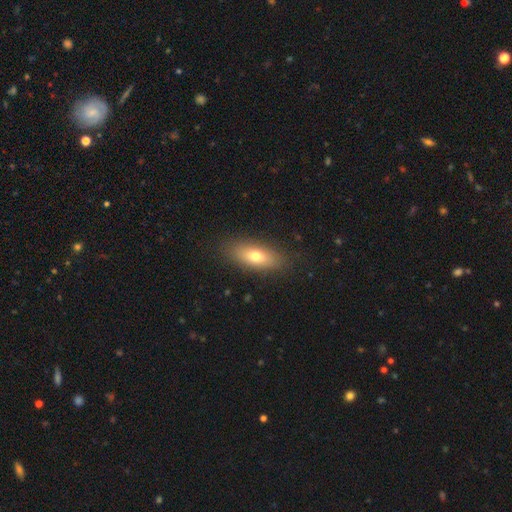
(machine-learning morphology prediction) A smooth galaxy with no disk features (72%) that is in between round and cigar-shaped (77%).

Vote fractions:
- Smooth or featured? smooth: 72% / featured or disk: 20% / star or artifact: 8%
- How rounded? in between: 77% / cigar-shaped: 19% / round: 5%
- Merging? none: 85% / minor disturbance: 10% / major disturbance: 3% / merger: 1%